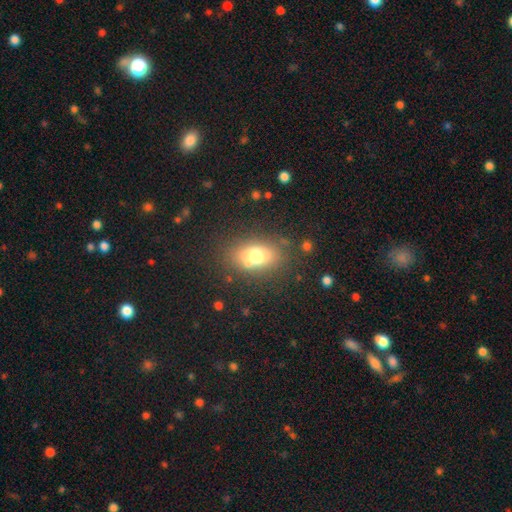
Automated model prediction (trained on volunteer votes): Smooth or featured? Predicted: smooth (p=0.67). How rounded? Predicted: in between (p=0.74). Merging? Predicted: none (p=0.70).